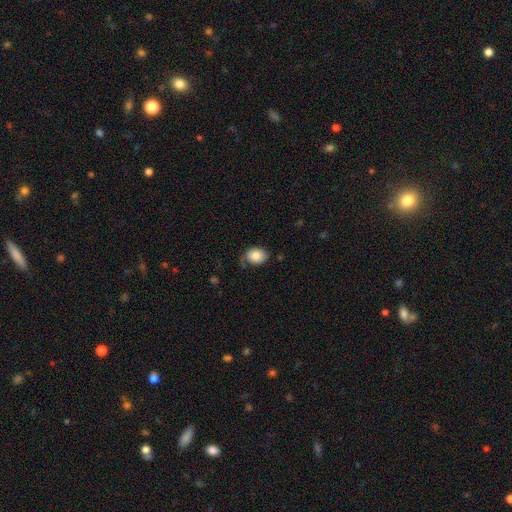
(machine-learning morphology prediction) This is clearly a smooth galaxy (81%). How rounded: possibly in between (60%). Merging: possibly none (57%).